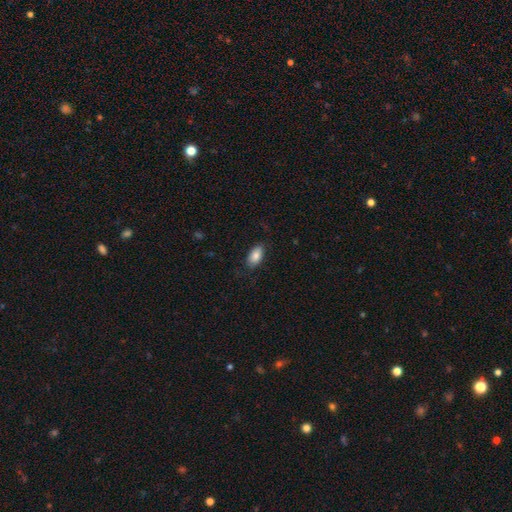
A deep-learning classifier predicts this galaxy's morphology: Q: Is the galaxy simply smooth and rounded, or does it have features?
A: smooth — 83%.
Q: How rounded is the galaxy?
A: in between — 93%.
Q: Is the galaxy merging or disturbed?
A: none — 82%.